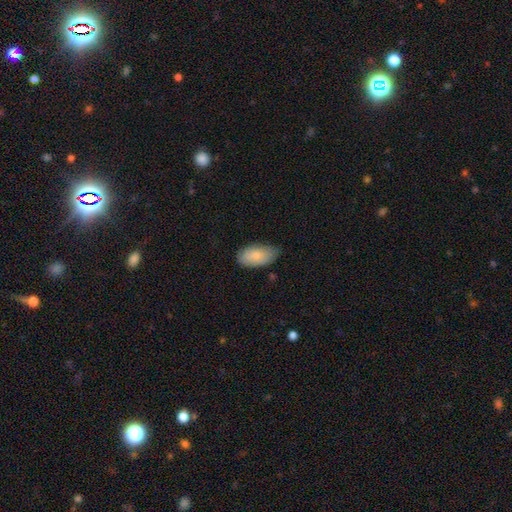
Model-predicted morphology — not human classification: This is clearly a smooth galaxy (84%). How rounded: clearly in between (94%). Merging: likely none (69%).